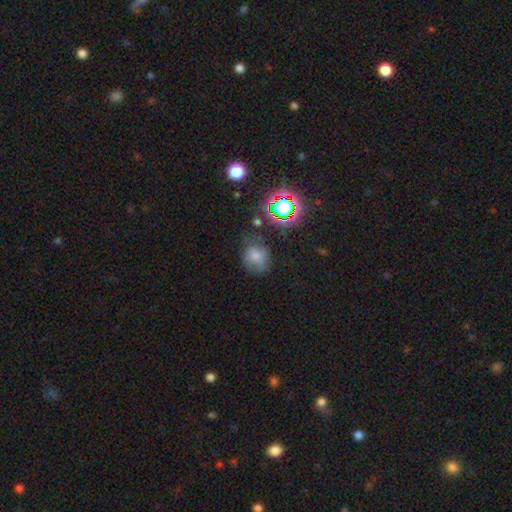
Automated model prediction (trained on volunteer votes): The model was most divided on "how rounded": round: 63%, in between: 36%, cigar-shaped: 1%. More confident: smooth or featured — smooth (64%); merging — none (56%).